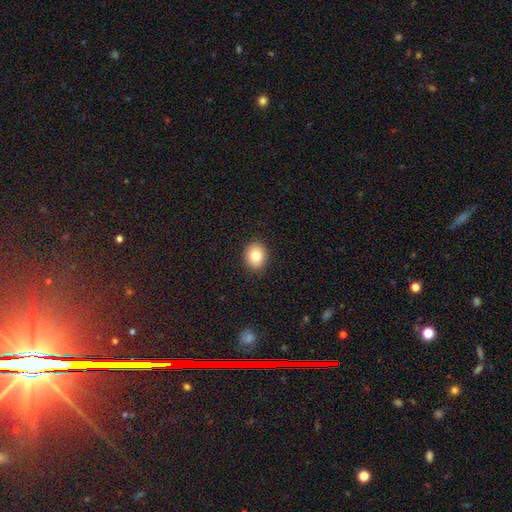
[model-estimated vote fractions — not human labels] A smooth galaxy with no disk features (82%) that is round (62%). Merging: none (91%).